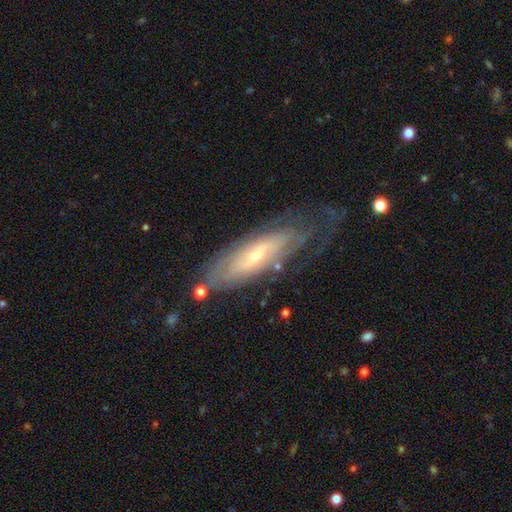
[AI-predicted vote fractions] smooth_or_featured: featured or disk (p=0.75) [alt: smooth p=0.19]
disk_edge_on: no (p=0.79) [alt: yes p=0.21]
bar: no (p=0.64) [alt: weak p=0.27]
has_spiral_arms: yes (p=0.76) [alt: no p=0.24]
bulge_size: small (p=0.65) [alt: moderate p=0.32]
merging: none (p=0.59) [alt: minor disturbance p=0.24]